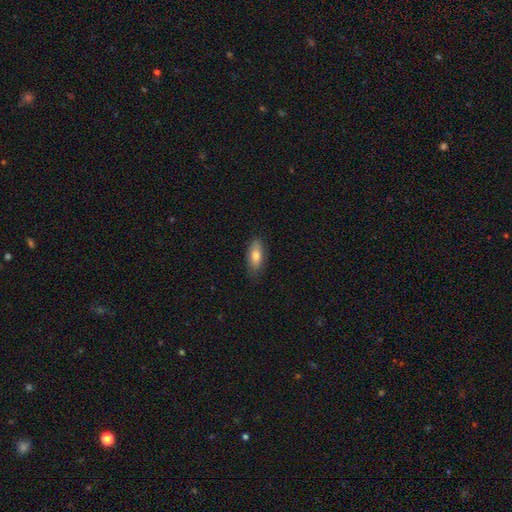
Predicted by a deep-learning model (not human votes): Q: Smooth or featured?
A: smooth (77%); runner-up: featured or disk (16%)
Q: How rounded?
A: in between (81%); runner-up: cigar-shaped (16%)
Q: Merging?
A: none (81%); runner-up: minor disturbance (15%)